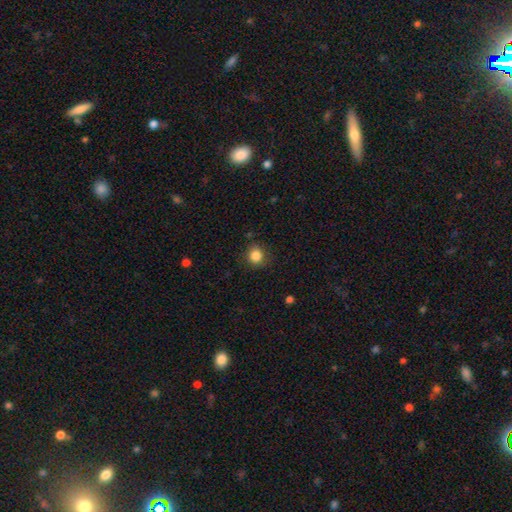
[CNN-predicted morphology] smooth-or-featured: smooth: 85% | star or artifact: 11% | featured or disk: 4%
  how-rounded: round: 82% | in between: 18% | cigar-shaped: 1%
  merging: none: 85% | minor disturbance: 11% | major disturbance: 3% | merger: 1%